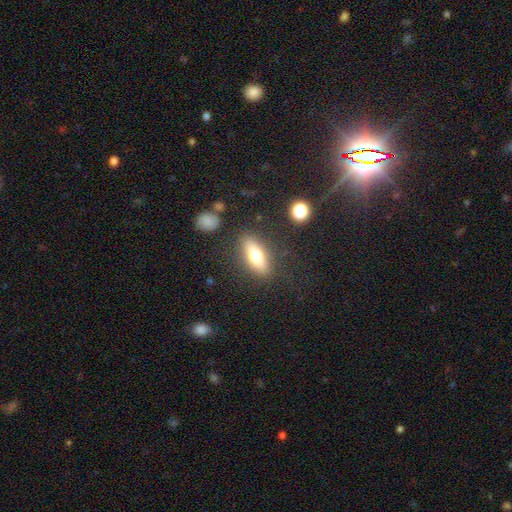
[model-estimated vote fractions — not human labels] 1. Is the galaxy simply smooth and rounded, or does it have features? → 62% smooth, 30% featured or disk, 8% star or artifact.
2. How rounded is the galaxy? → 61% in between, 35% cigar-shaped, 5% round.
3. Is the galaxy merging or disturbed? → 83% none, 11% minor disturbance, 4% major disturbance, 2% merger.